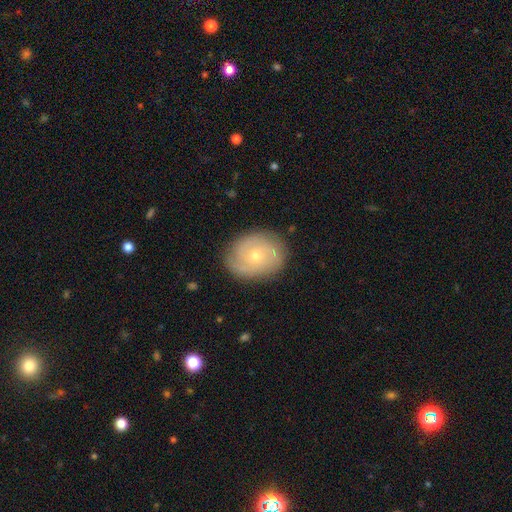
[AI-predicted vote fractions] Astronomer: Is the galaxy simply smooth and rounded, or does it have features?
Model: featured or disk — 75%.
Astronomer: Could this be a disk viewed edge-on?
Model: no — 97%.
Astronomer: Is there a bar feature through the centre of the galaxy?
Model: no — 78%.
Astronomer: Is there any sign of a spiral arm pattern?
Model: yes — 92%.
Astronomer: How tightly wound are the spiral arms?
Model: tight — 62%.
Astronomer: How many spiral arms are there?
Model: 2 — 39% (runner-up: 3, 24%).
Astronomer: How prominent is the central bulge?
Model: small — 61% (runner-up: moderate, 37%).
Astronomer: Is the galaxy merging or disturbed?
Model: none — 83%.